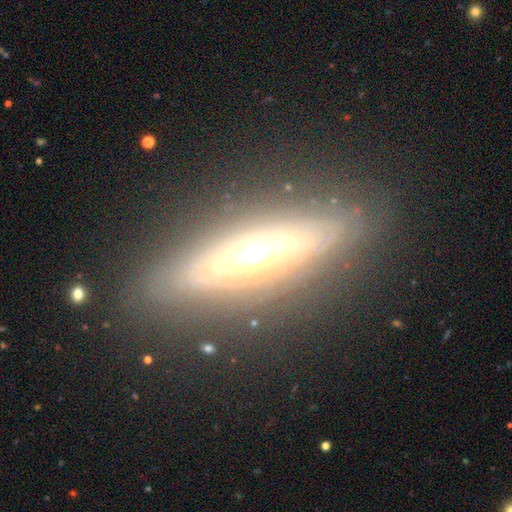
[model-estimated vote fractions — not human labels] Overall: featured or disk (70%). Edge-on disk: yes (67%; no 33%). Merging: none (81%).